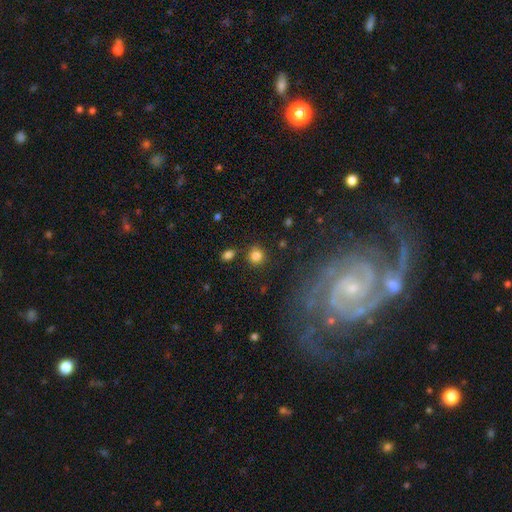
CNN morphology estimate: smooth_or_featured: smooth (p=0.83) [alt: star or artifact p=0.12]
how_rounded: round (p=0.86) [alt: in between p=0.13]
merging: none (p=0.81) [alt: minor disturbance p=0.09]